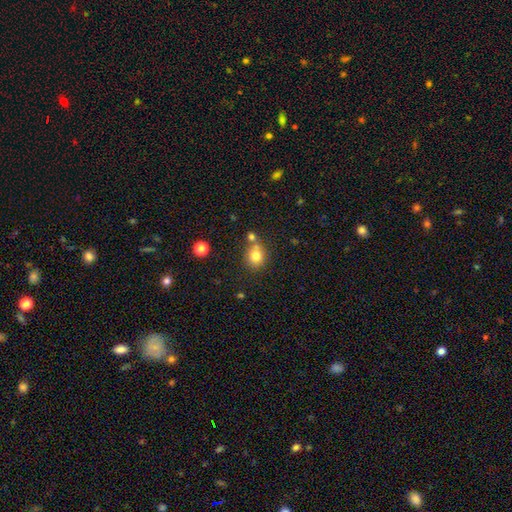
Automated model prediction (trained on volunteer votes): Smooth or featured: smooth — 78% (star or artifact — 12%)
How rounded: round — 78% (in between — 22%)
Merging: none — 59% (merger — 25%)